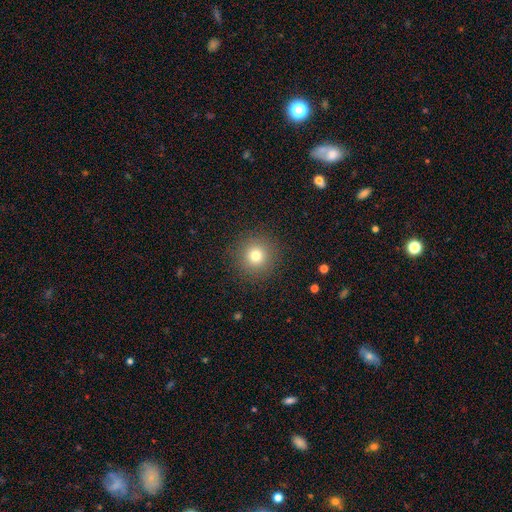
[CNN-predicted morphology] smooth_or_featured: smooth (p=0.77) [alt: star or artifact p=0.14]
how_rounded: round (p=0.95) [alt: in between p=0.04]
merging: none (p=0.91) [alt: minor disturbance p=0.06]